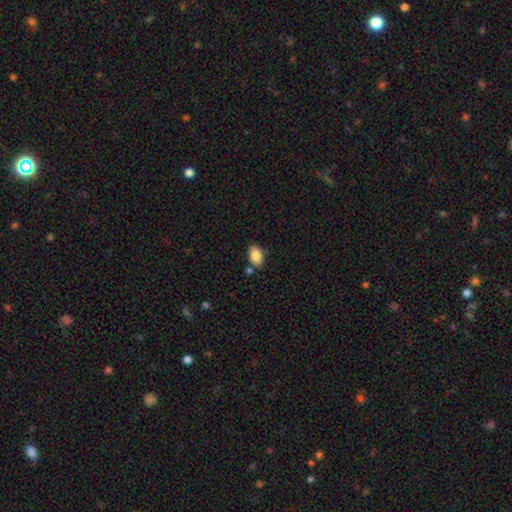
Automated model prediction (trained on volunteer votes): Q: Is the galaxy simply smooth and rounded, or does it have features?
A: smooth — 87%.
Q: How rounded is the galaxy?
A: in between — 90%.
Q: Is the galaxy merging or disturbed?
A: none — 75%.